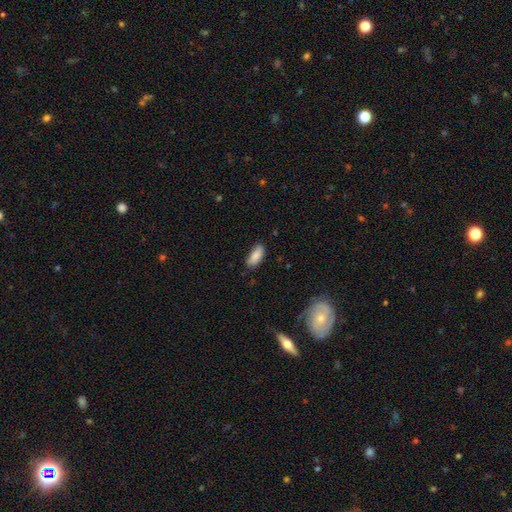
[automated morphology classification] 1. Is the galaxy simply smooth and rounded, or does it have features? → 88% smooth, 6% star or artifact, 5% featured or disk.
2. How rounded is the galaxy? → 85% in between, 13% cigar-shaped, 2% round.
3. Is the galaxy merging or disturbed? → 79% none, 17% minor disturbance, 3% major disturbance, 1% merger.